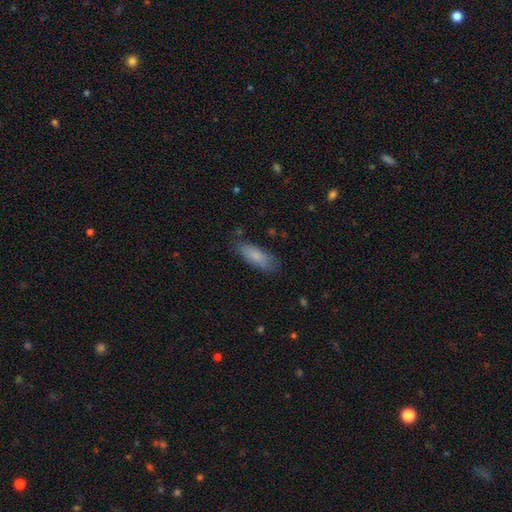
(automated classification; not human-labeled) smooth-or-featured: smooth: 81% | featured or disk: 13% | star or artifact: 7%
  how-rounded: in between: 66% | cigar-shaped: 32% | round: 2%
  merging: none: 74% | minor disturbance: 20% | major disturbance: 5% | merger: 2%